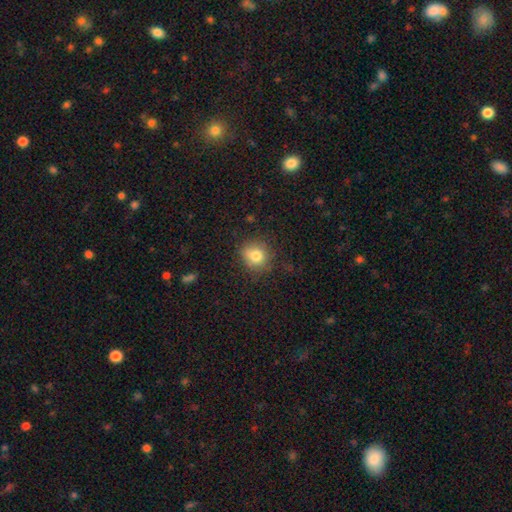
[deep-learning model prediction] Morphology: type=smooth (79%); roundness=round (83%); merging=none (78%).